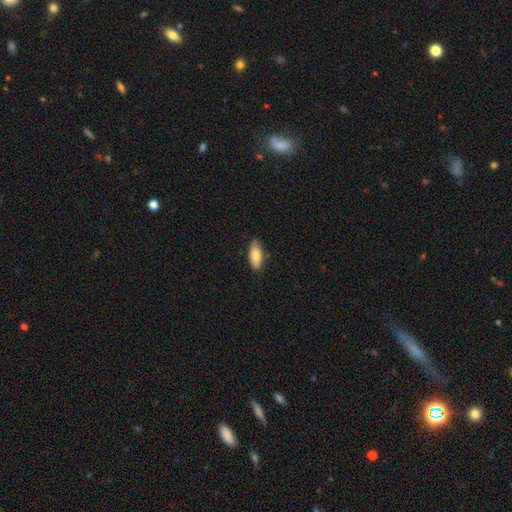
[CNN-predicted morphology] A smooth galaxy with no disk features (81%) that is in between round and cigar-shaped (81%).

Vote fractions:
- Smooth or featured? smooth: 81% / featured or disk: 13% / star or artifact: 6%
- How rounded? in between: 81% / cigar-shaped: 17% / round: 2%
- Merging? none: 82% / minor disturbance: 15% / major disturbance: 2% / merger: 1%